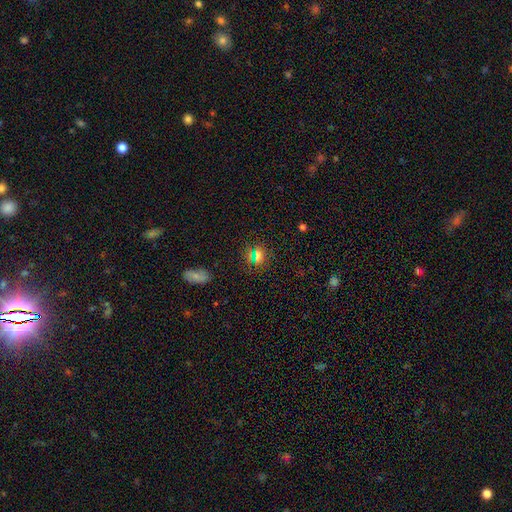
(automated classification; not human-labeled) A smooth galaxy with no disk features (61%) that is round (69%). Merging: none (84%).